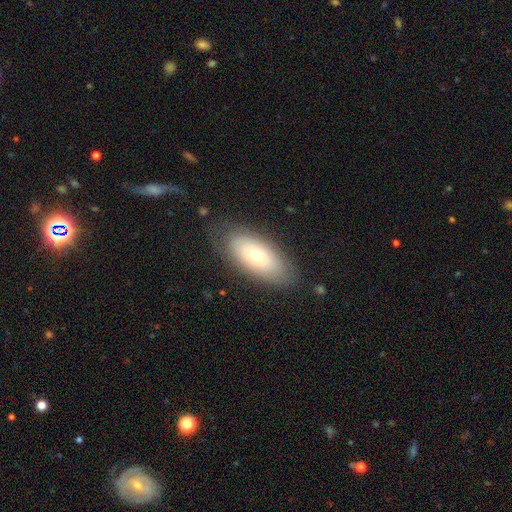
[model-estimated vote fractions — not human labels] smooth 60%, featured or disk 32%, star or artifact 7%. Down the decision tree: how rounded — in between (90%); merging — none (79%).